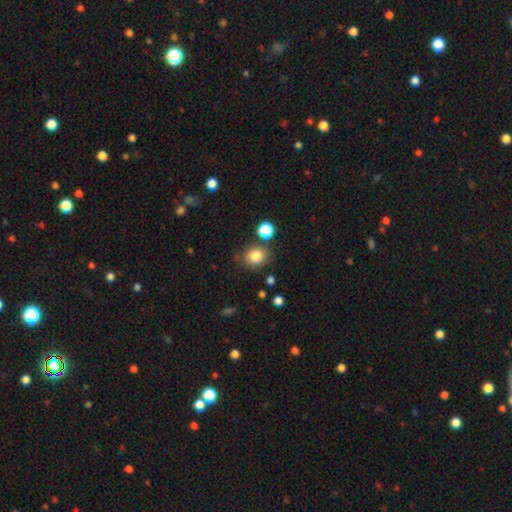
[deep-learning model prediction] Smooth or featured? Predicted: smooth (p=0.83). How rounded? Predicted: round (p=0.72). Merging? Predicted: none (p=0.78).